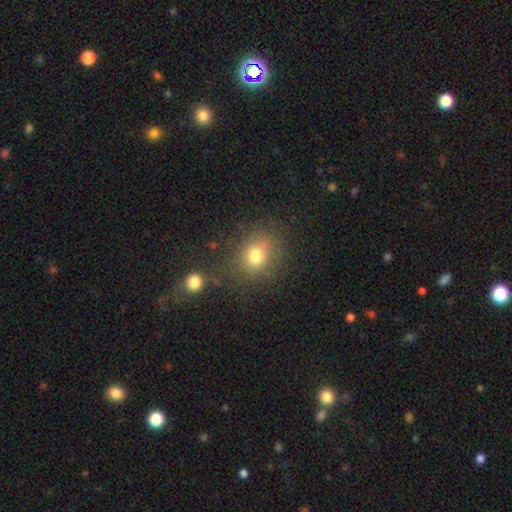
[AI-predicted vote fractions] Smooth or featured? Predicted: smooth (p=0.75). How rounded? Predicted: round (p=0.69). Merging? Predicted: none (p=0.77).